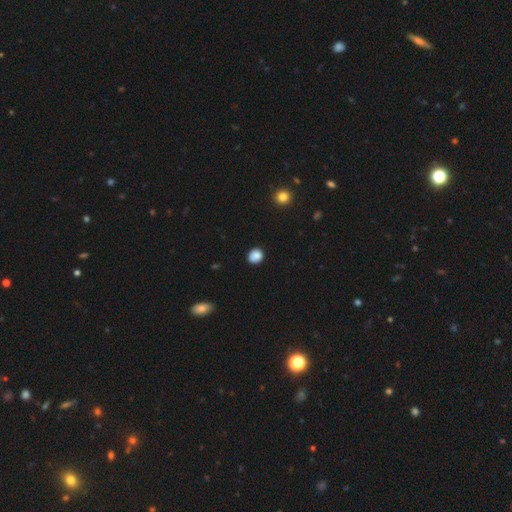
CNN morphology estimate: This is clearly a smooth galaxy (85%). How rounded: likely round (77%). Merging: clearly none (83%).